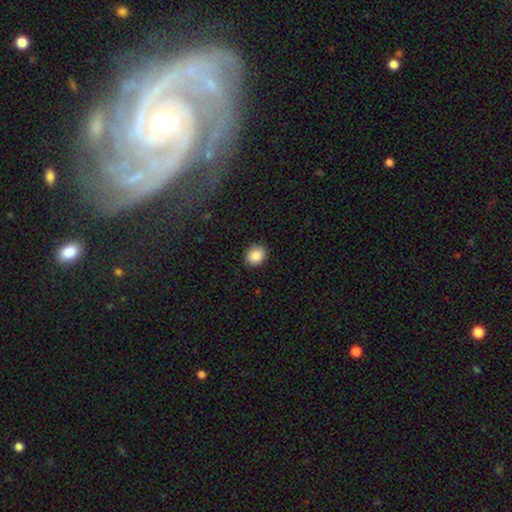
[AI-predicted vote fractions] Smooth or featured? Predicted: smooth (p=0.88). How rounded? Predicted: round (p=0.62). Merging? Predicted: none (p=0.88).